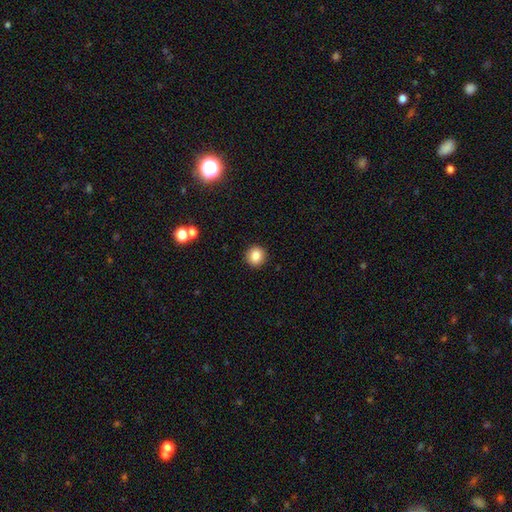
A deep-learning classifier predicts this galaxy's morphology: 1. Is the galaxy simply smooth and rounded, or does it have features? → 85% smooth, 10% star or artifact, 6% featured or disk.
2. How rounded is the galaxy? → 90% round, 9% in between, 1% cigar-shaped.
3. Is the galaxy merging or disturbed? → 92% none, 5% minor disturbance, 2% major disturbance, 1% merger.